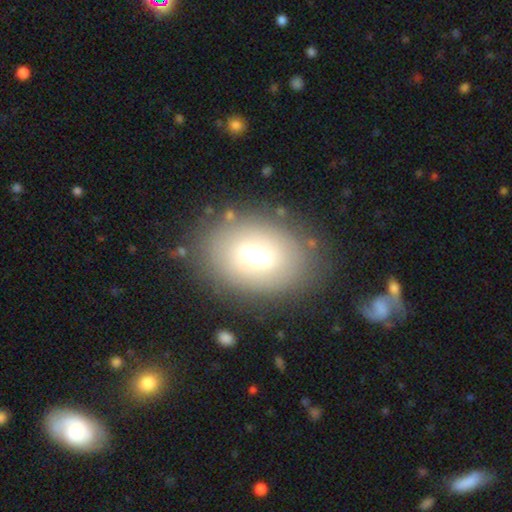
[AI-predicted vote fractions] A smooth galaxy with no disk features (56%) that is in between round and cigar-shaped (81%).

Vote fractions:
- Smooth or featured? smooth: 56% / featured or disk: 34% / star or artifact: 10%
- How rounded? in between: 81% / round: 18% / cigar-shaped: 1%
- Merging? none: 80% / minor disturbance: 12% / major disturbance: 5% / merger: 3%